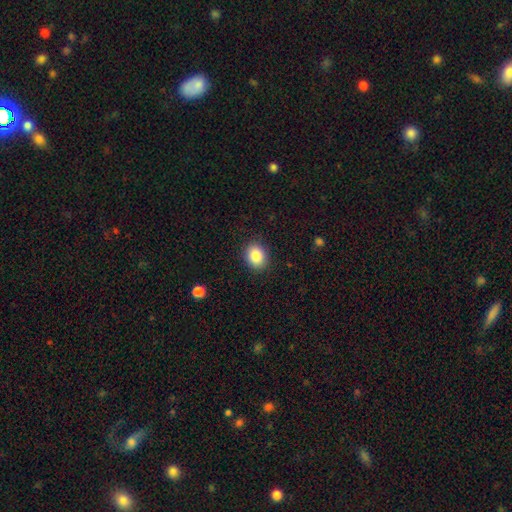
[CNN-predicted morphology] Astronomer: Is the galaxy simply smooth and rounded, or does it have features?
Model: smooth — 86%.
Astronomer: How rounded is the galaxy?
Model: round — 53% (runner-up: in between, 46%).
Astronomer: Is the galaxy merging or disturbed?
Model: none — 89%.